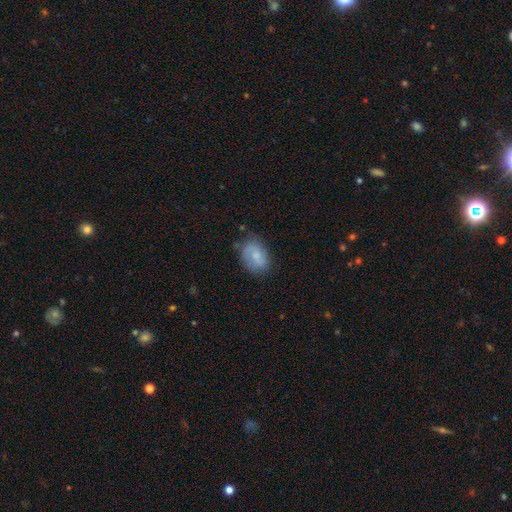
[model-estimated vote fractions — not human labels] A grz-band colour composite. It shows a smooth galaxy with no disk features (66%) that is in between round and cigar-shaped (75%). Merging: none (71%).